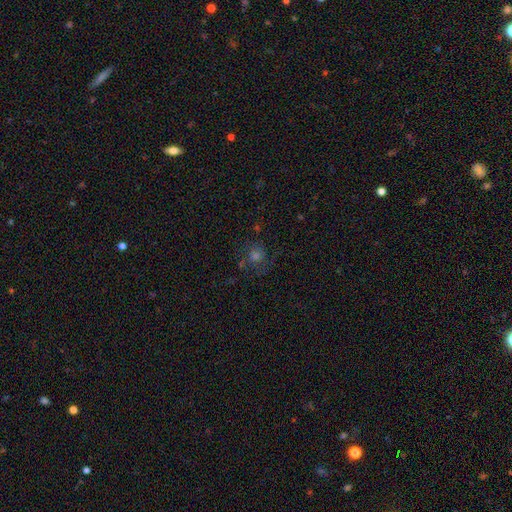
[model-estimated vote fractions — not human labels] The model was most divided on "smooth or featured": smooth: 39%, featured or disk: 32%, star or artifact: 30%. More confident: merging — none (68%).